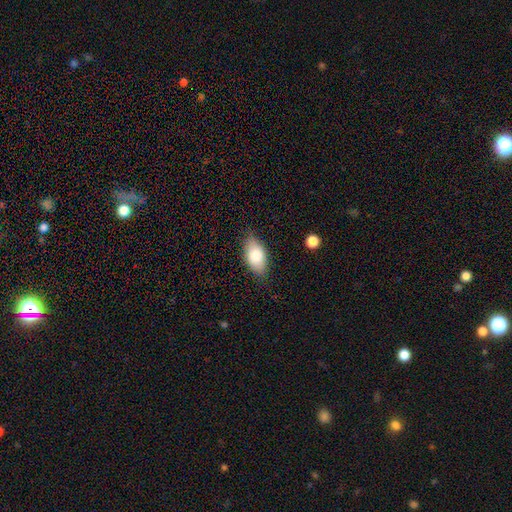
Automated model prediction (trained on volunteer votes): Smooth or featured? smooth (81%)
How rounded? in between (92%)
Merging? none (79%)